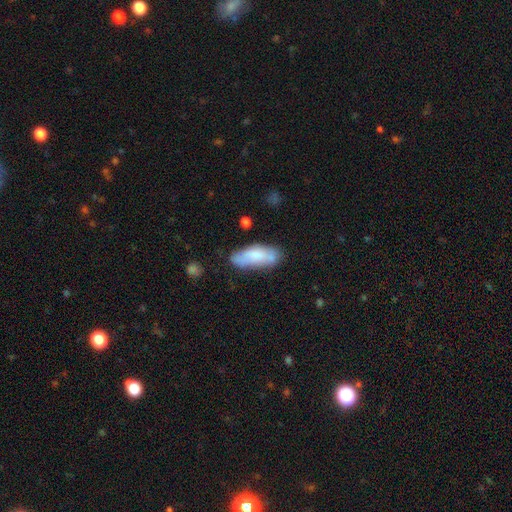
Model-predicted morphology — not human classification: This is likely a smooth galaxy (70%). How rounded: likely in between (75%). Merging: possibly none (60%).